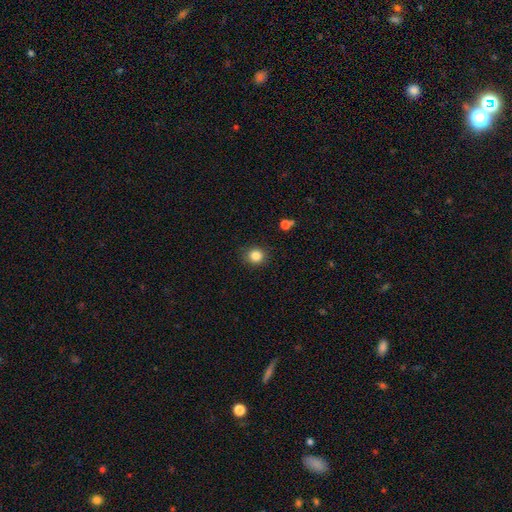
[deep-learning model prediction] A smooth galaxy with no disk features (85%) that is round (86%).

Vote fractions:
- Smooth or featured? smooth: 85% / star or artifact: 11% / featured or disk: 4%
- How rounded? round: 86% / in between: 13% / cigar-shaped: 1%
- Merging? none: 89% / minor disturbance: 8% / major disturbance: 2% / merger: 1%